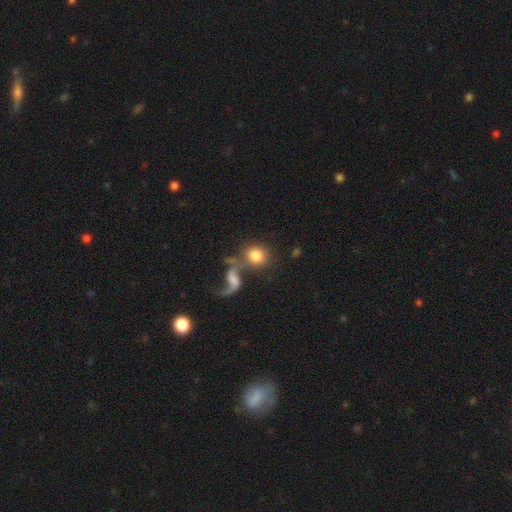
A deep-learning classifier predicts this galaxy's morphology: A smooth galaxy with no disk features (73%) that is round (80%). Merging: none (44%).